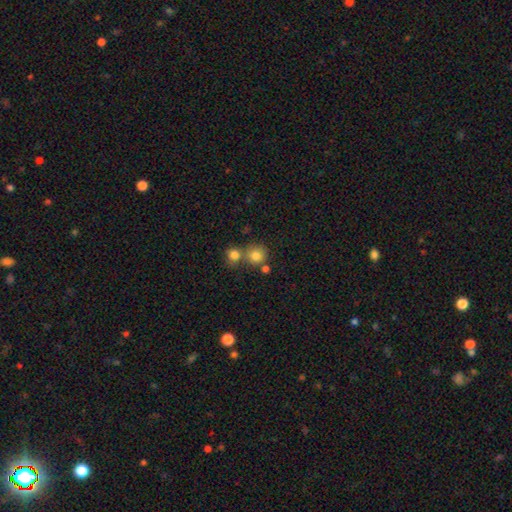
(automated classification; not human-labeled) The model was most divided on "merging": none: 54%, merger: 35%, minor disturbance: 8%, major disturbance: 3%. More confident: how rounded — round (88%); smooth or featured — smooth (80%).